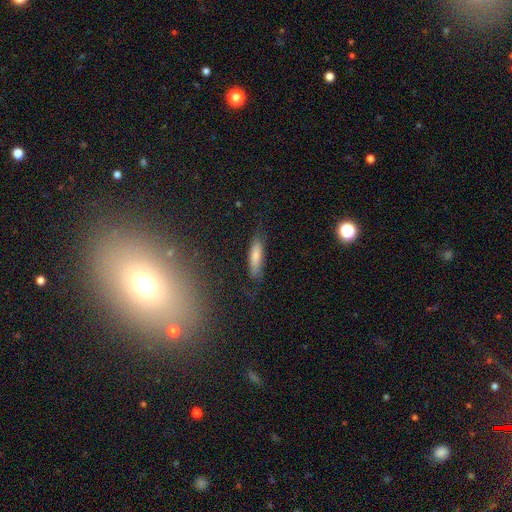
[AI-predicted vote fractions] This is likely a smooth galaxy (72%). How rounded: likely cigar-shaped (67%). Merging: likely none (73%).